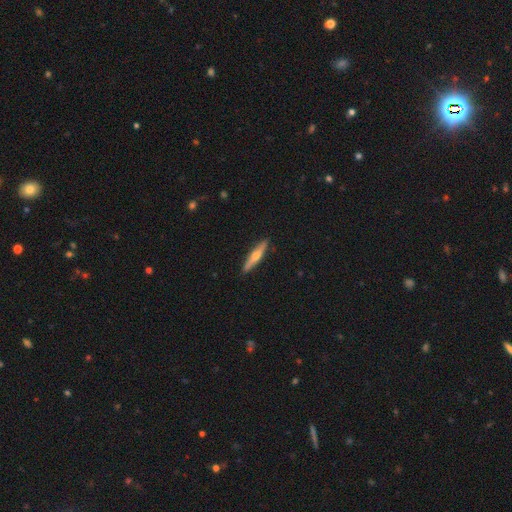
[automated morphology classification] This appears to be a featured or disk galaxy (55%) viewed edge-on (95%) with a rounded central bulge (91%). Merging: none (91%).